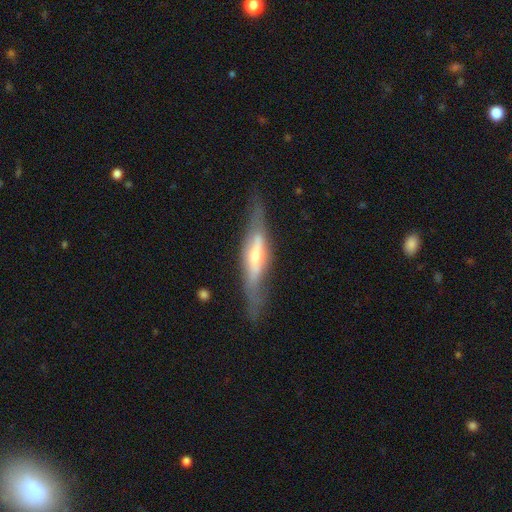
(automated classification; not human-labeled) Q: Smooth or featured?
A: featured or disk (68%); runner-up: smooth (26%)
Q: Edge-on disk?
A: yes (83%); runner-up: no (17%)
Q: Edge-on bulge?
A: rounded (68%); runner-up: boxy (20%)
Q: Merging?
A: none (72%); runner-up: minor disturbance (19%)